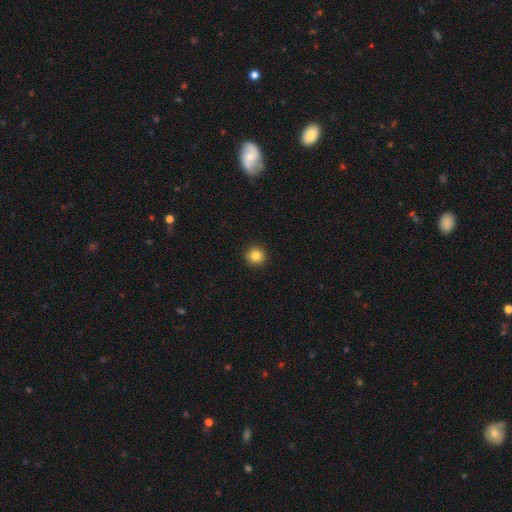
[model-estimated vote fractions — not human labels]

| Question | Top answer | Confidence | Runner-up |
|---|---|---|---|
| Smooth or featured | smooth | 84% | star or artifact (11%) |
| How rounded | round | 95% | in between (4%) |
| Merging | none | 93% | minor disturbance (5%) |